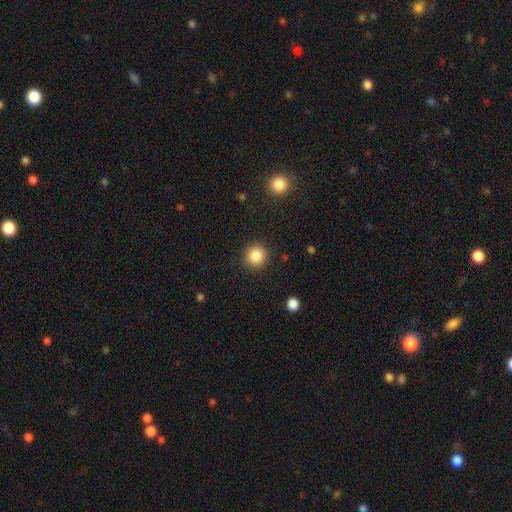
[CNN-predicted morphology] Smooth or featured?
  - smooth: 86% *
  - star or artifact: 10%
  - featured or disk: 4%
How rounded?
  - round: 92% *
  - in between: 7%
  - cigar-shaped: 1%
Merging?
  - none: 89% *
  - minor disturbance: 7%
  - major disturbance: 3%
  - merger: 1%